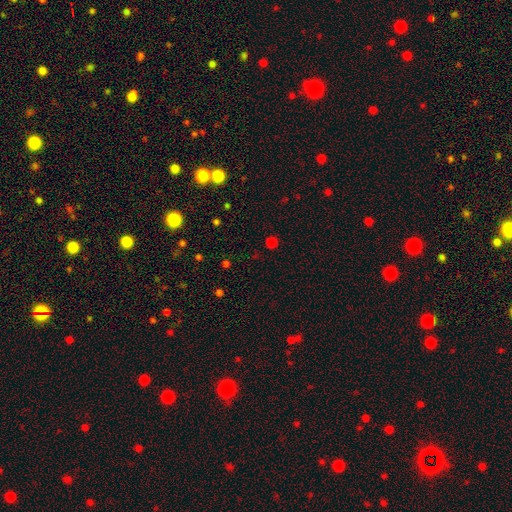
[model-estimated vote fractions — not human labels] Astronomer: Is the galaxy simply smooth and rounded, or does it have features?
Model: smooth — 56% (runner-up: star or artifact, 39%).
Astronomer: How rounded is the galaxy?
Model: round — 90%.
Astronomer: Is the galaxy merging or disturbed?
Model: none — 87%.